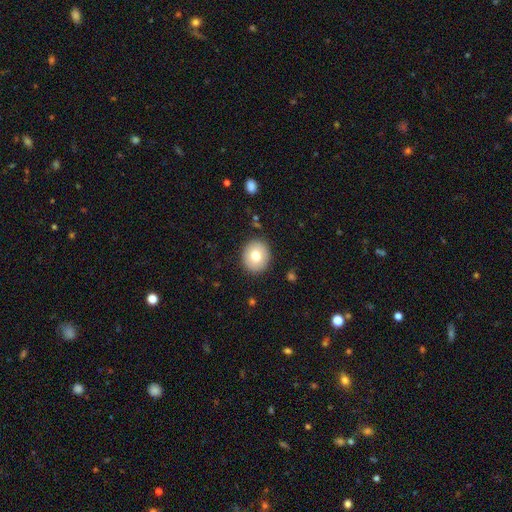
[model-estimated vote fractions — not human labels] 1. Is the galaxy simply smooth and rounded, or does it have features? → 74% smooth, 17% featured or disk, 9% star or artifact.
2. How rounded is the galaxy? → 81% round, 18% in between, 1% cigar-shaped.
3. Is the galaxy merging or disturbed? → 90% none, 7% minor disturbance, 2% major disturbance, 1% merger.